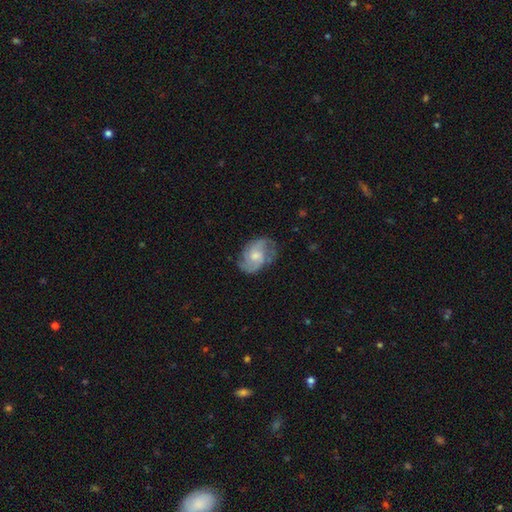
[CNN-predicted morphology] Q: Smooth or featured?
A: featured or disk (71%); runner-up: smooth (23%)
Q: Edge-on disk?
A: no (97%); runner-up: yes (3%)
Q: Bar?
A: no (64%); runner-up: weak (32%)
Q: Spiral arms?
A: yes (90%); runner-up: no (10%)
Q: Spiral winding?
A: medium (46%); runner-up: tight (33%)
Q: Spiral arm count?
A: 2 (38%); runner-up: can't tell (25%)
Q: Bulge size?
A: moderate (56%); runner-up: small (29%)
Q: Merging?
A: none (65%); runner-up: minor disturbance (23%)